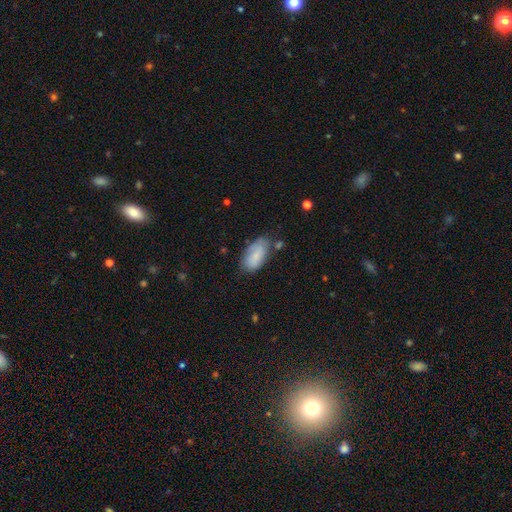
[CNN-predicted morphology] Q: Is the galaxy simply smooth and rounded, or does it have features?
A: smooth — 79%.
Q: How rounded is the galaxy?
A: in between — 93%.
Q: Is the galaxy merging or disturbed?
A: none — 62%.